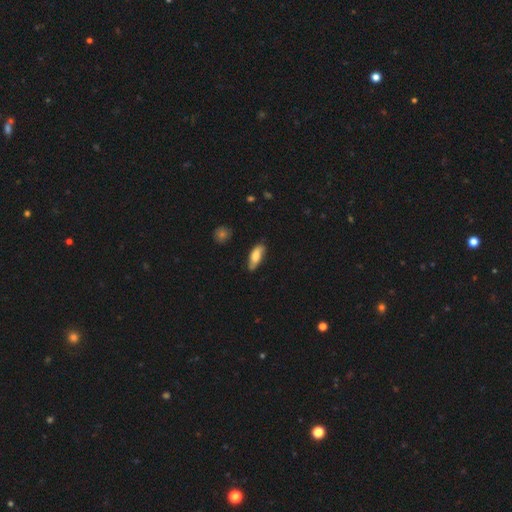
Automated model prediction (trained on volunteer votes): This is likely a smooth galaxy (73%). How rounded: likely in between (73%). Merging: likely none (73%).